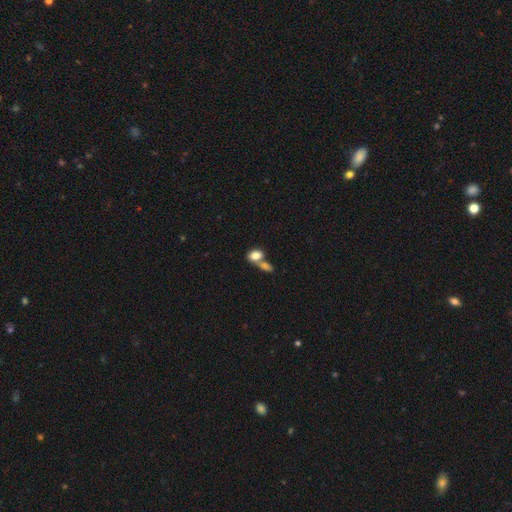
smooth 77%, featured or disk 13%, star or artifact 10%. Down the decision tree: how rounded — in between (90%); merging — merger (46%).